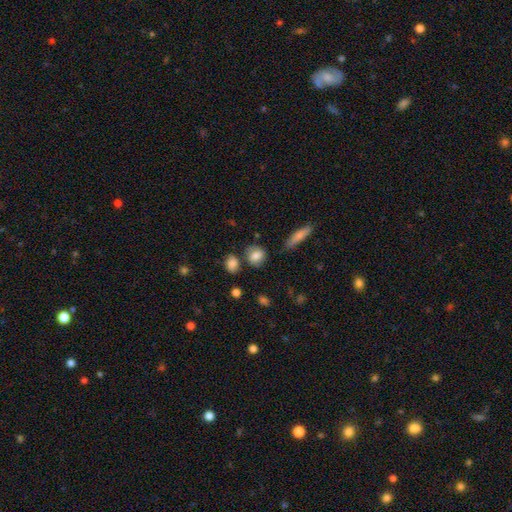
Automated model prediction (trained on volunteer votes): This appears to be a smooth galaxy with no disk features (75%) that is round (64%). Merging: none (72%).